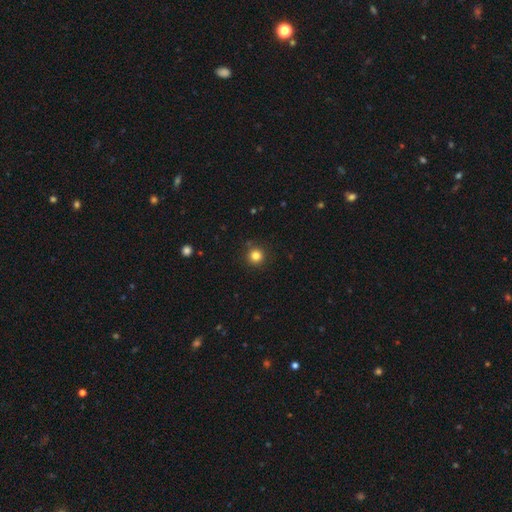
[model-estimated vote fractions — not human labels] Morphology: type=smooth (82%); roundness=round (95%); merging=none (90%).